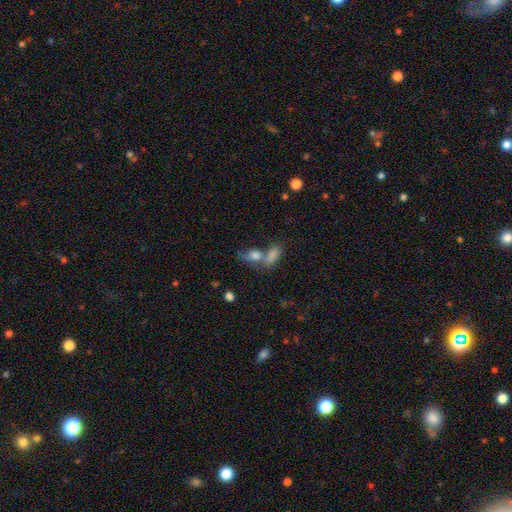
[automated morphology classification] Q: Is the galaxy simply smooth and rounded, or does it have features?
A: smooth — 74%.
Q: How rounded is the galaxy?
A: in between — 76%.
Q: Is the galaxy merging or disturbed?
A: merger — 53%.